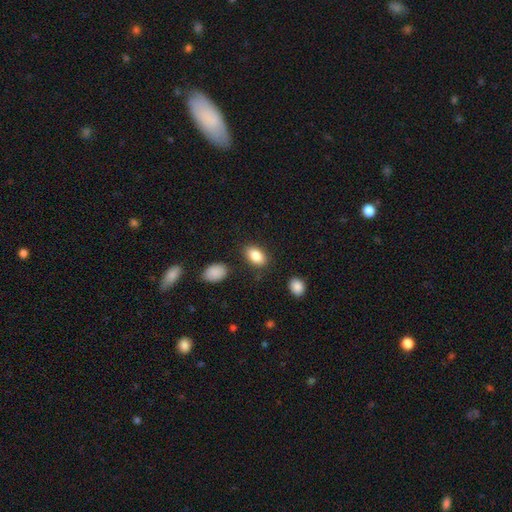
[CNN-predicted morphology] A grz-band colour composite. It shows a smooth galaxy with no disk features (85%) that is in between round and cigar-shaped (91%). Merging: none (83%).